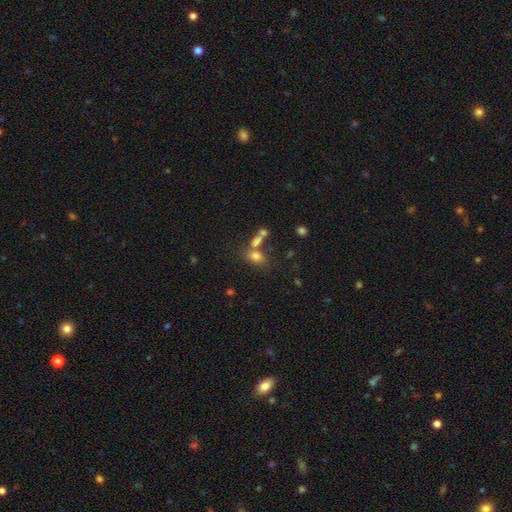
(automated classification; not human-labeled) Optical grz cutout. It shows a smooth galaxy with no disk features (76%) that is in between round and cigar-shaped (81%). Merging: none (45%).